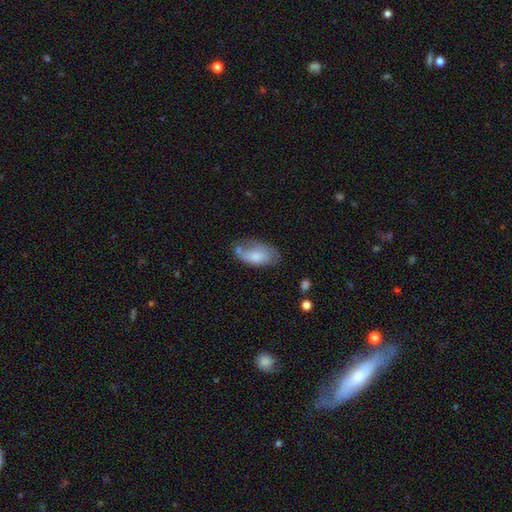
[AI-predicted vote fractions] smooth-or-featured: smooth: 72% | featured or disk: 21% | star or artifact: 7%
  how-rounded: in between: 93% | cigar-shaped: 4% | round: 3%
  merging: none: 48% | minor disturbance: 31% | major disturbance: 11% | merger: 10%